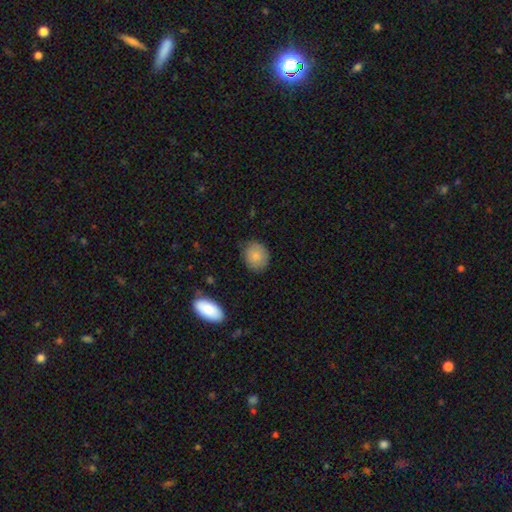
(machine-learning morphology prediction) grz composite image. It shows a smooth galaxy with no disk features (83%) that is round (64%). Merging: none (82%).